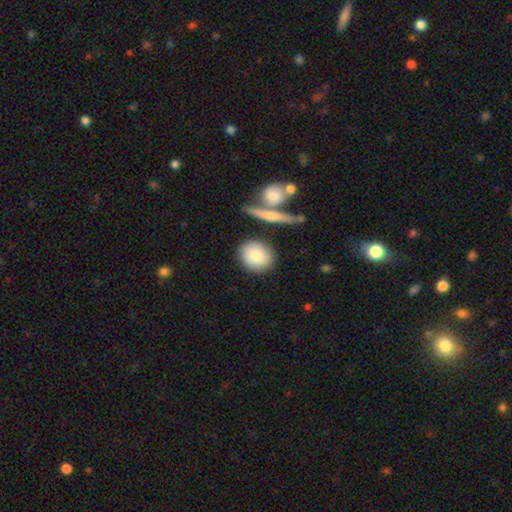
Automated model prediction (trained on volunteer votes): Overall: smooth (82%). How rounded: round (78%). Merging: none (78%).